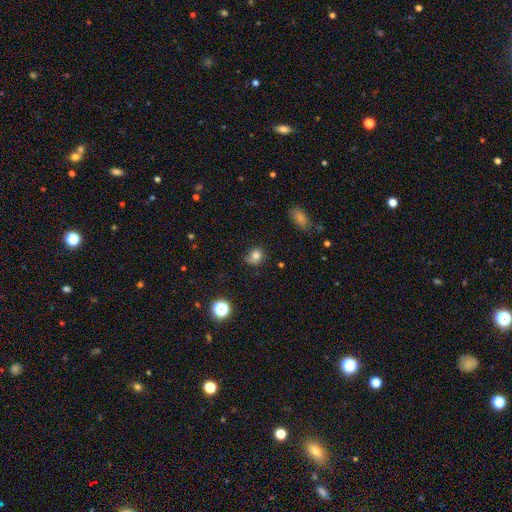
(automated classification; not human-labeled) A smooth galaxy with no disk features (79%) that is round (72%). Merging: none (55%).